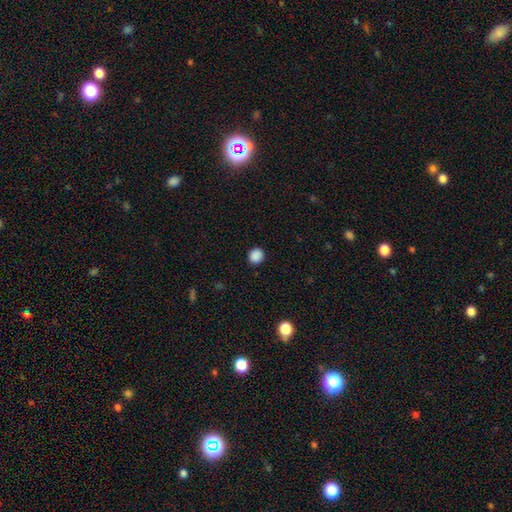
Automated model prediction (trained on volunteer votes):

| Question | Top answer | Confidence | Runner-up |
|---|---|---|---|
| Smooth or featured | smooth | 88% | star or artifact (10%) |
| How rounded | round | 90% | in between (9%) |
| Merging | none | 91% | minor disturbance (6%) |